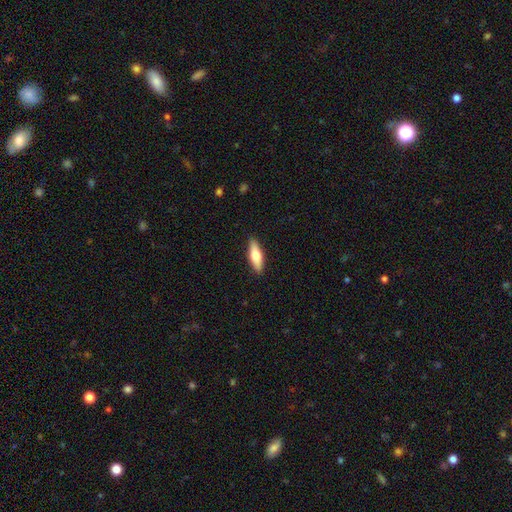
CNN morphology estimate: Overall: smooth (63%; featured or disk 31%). How rounded: in between (51%; cigar-shaped 47%). Merging: none (90%).